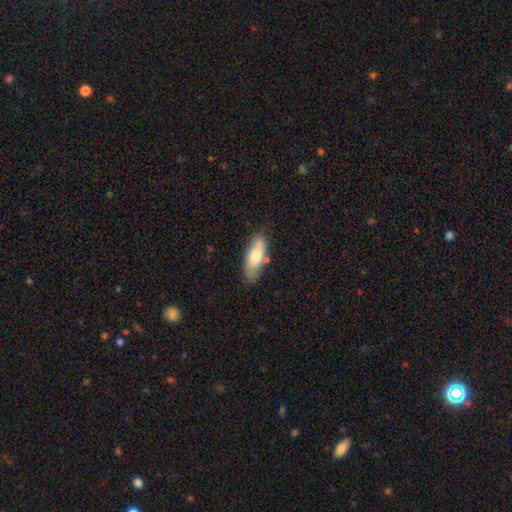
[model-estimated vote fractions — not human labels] A smooth galaxy with no disk features (67%) that is in between round and cigar-shaped (76%).

Vote fractions:
- Smooth or featured? smooth: 67% / featured or disk: 26% / star or artifact: 6%
- How rounded? in between: 76% / cigar-shaped: 22% / round: 3%
- Merging? none: 70% / minor disturbance: 20% / merger: 6% / major disturbance: 4%